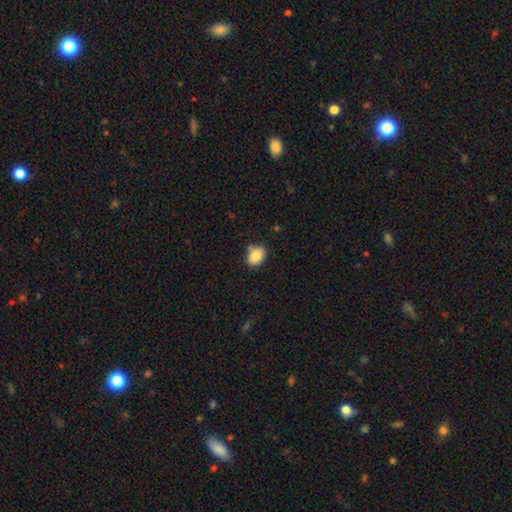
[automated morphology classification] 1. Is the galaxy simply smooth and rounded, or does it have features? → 85% smooth, 8% star or artifact, 6% featured or disk.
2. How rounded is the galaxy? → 67% in between, 32% round, 1% cigar-shaped.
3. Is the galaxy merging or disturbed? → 78% none, 16% minor disturbance, 3% merger, 3% major disturbance.